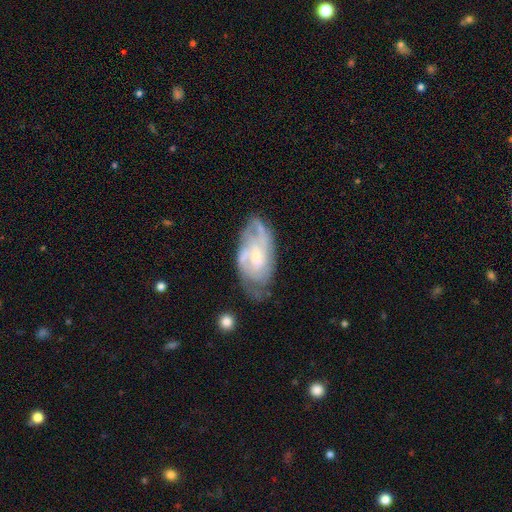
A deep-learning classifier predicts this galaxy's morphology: Smooth or featured?
  - featured or disk: 76% *
  - smooth: 18%
  - star or artifact: 6%
Edge-on disk?
  - no: 95% *
  - yes: 5%
Bar?
  - no: 60% *
  - weak: 33%
  - strong: 6%
Spiral arms?
  - yes: 87% *
  - no: 13%
Spiral winding?
  - tight: 51% *
  - medium: 37%
  - loose: 12%
Spiral arm count?
  - can't tell: 41% *
  - 2: 30%
  - 3: 16%
  - 4: 6%
  - 1: 4%
  - more than 4: 3%
Bulge size?
  - small: 64% *
  - moderate: 29%
  - none: 4%
  - large: 2%
  - dominant: 1%
Merging?
  - none: 59% *
  - minor disturbance: 26%
  - major disturbance: 12%
  - merger: 3%